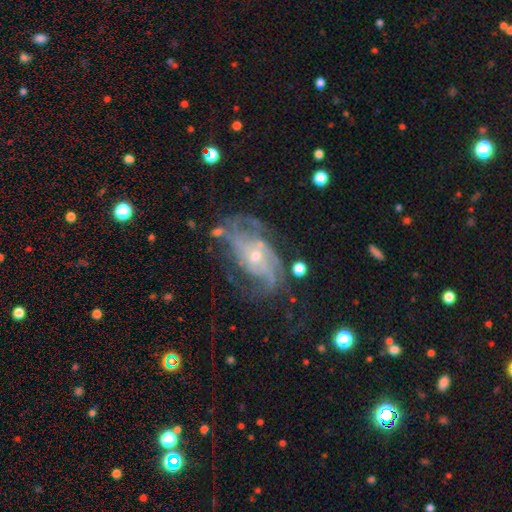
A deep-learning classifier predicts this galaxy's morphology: type=featured or disk (84%); edge-on=no (96%); bar=no (70%); spiral arms=yes (90%); winding=medium (40%); arm count=can't tell (35%); bulge=small (65%); merging=none (53%).